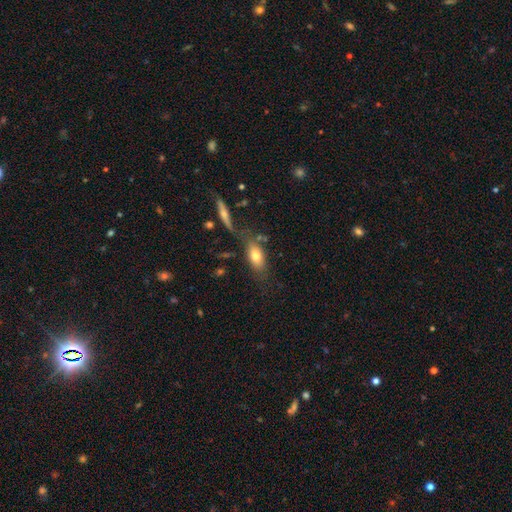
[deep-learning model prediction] Q: Smooth or featured?
A: smooth (73%); runner-up: featured or disk (20%)
Q: How rounded?
A: in between (86%); runner-up: cigar-shaped (9%)
Q: Merging?
A: none (62%); runner-up: minor disturbance (16%)